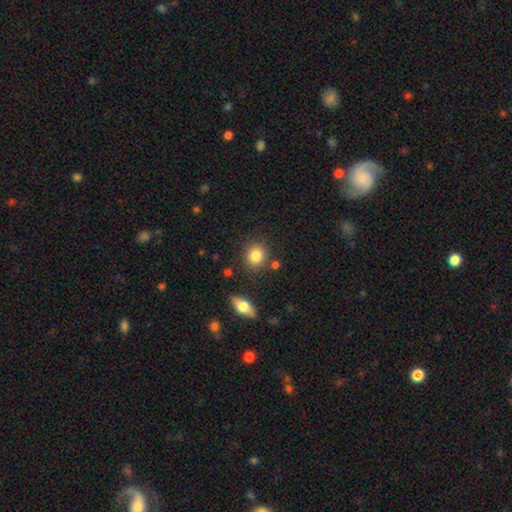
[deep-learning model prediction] Smooth or featured: smooth — 83% (star or artifact — 9%)
How rounded: round — 80% (in between — 18%)
Merging: none — 83% (minor disturbance — 9%)